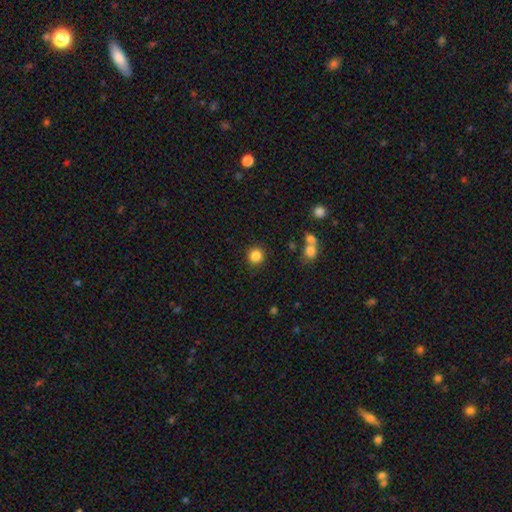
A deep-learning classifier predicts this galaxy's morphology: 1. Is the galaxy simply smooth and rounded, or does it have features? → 85% smooth, 10% star or artifact, 4% featured or disk.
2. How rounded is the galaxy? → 92% round, 7% in between, 1% cigar-shaped.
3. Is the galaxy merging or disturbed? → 88% none, 7% minor disturbance, 3% major disturbance, 2% merger.